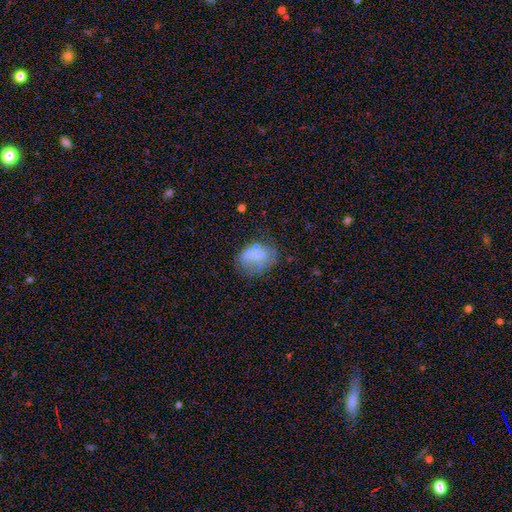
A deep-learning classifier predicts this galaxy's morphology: type=smooth (63%); roundness=in between (71%); merging=none (47%).